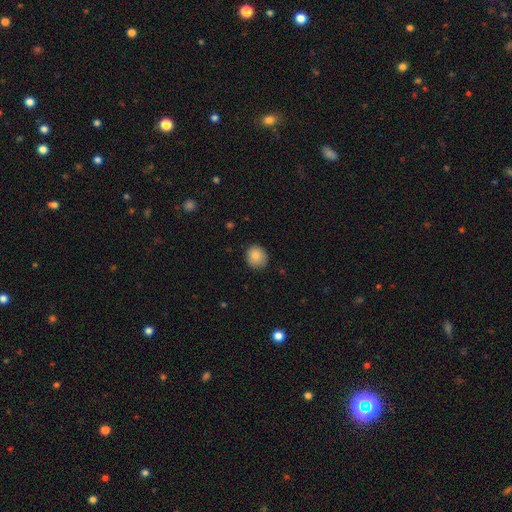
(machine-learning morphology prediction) Q: Smooth or featured?
A: smooth (85%); runner-up: star or artifact (9%)
Q: How rounded?
A: round (77%); runner-up: in between (22%)
Q: Merging?
A: none (82%); runner-up: minor disturbance (14%)